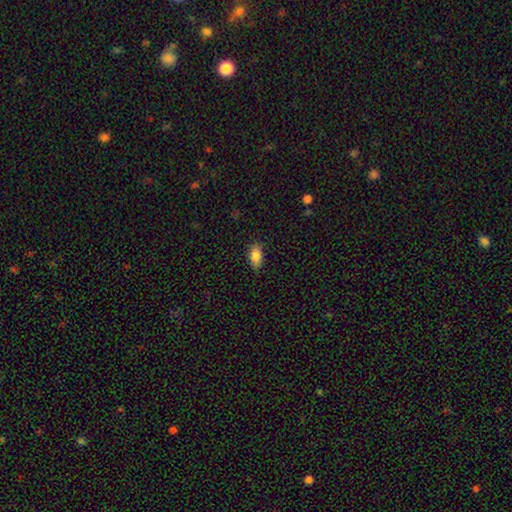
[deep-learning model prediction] Smooth or featured? smooth (85%)
How rounded? in between (91%)
Merging? none (83%)